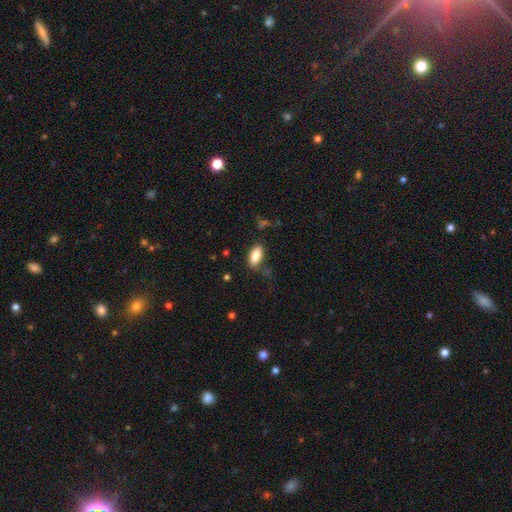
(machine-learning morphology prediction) A smooth galaxy with no disk features (80%) that is in between round and cigar-shaped (88%).

Vote fractions:
- Smooth or featured? smooth: 80% / featured or disk: 13% / star or artifact: 7%
- How rounded? in between: 88% / cigar-shaped: 10% / round: 3%
- Merging? none: 76% / minor disturbance: 16% / major disturbance: 5% / merger: 3%